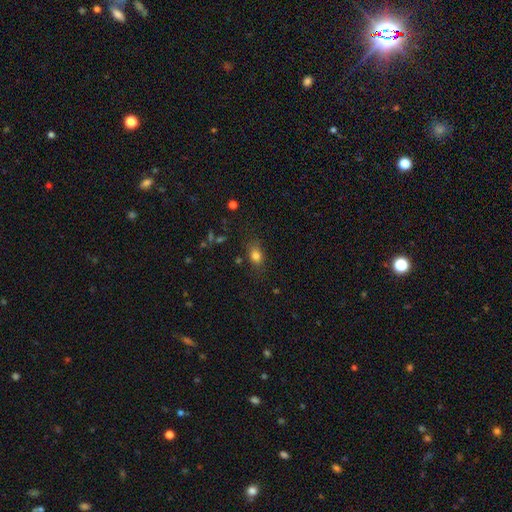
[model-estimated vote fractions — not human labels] This appears to be a smooth galaxy with no disk features (79%) that is in between round and cigar-shaped (69%). Merging: none (76%).